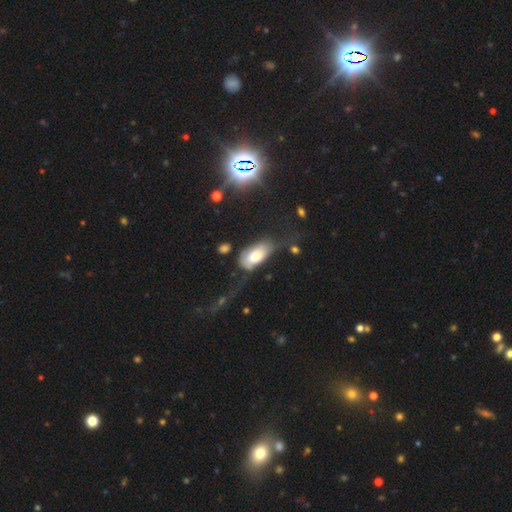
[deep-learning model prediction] smooth 69%, featured or disk 24%, star or artifact 7%. Down the decision tree: how rounded — in between (92%); merging — major disturbance (38%).